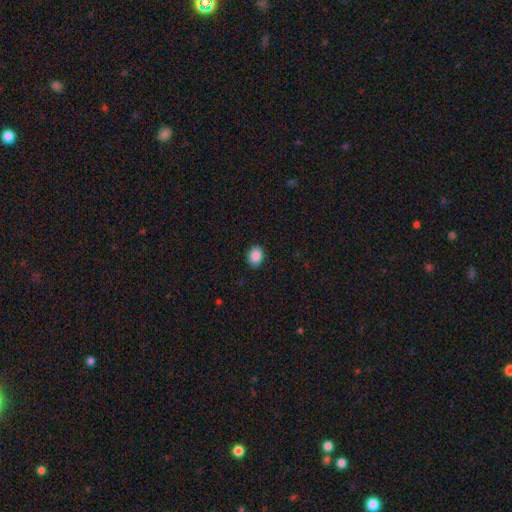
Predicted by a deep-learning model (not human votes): Smooth or featured? Predicted: smooth (p=0.89). How rounded? Predicted: in between (p=0.59). Merging? Predicted: none (p=0.89).